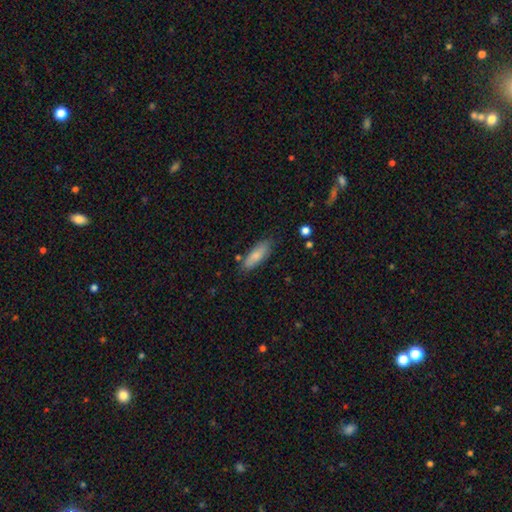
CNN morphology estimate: Smooth or featured: smooth — 80% (featured or disk — 13%)
How rounded: in between — 60% (cigar-shaped — 38%)
Merging: none — 79% (minor disturbance — 14%)